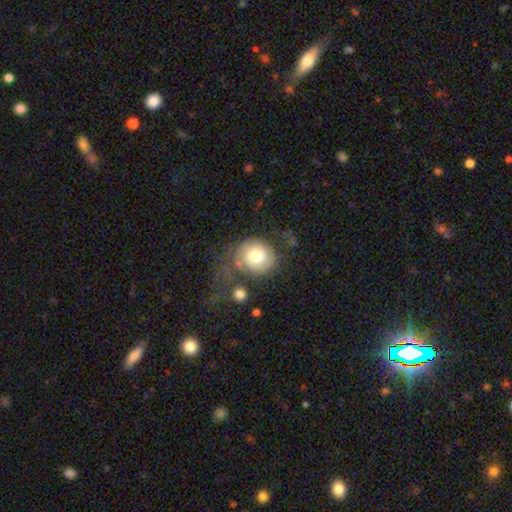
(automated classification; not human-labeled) Q: Smooth or featured?
A: smooth (62%); runner-up: featured or disk (30%)
Q: How rounded?
A: round (80%); runner-up: in between (19%)
Q: Merging?
A: none (43%); runner-up: major disturbance (27%)